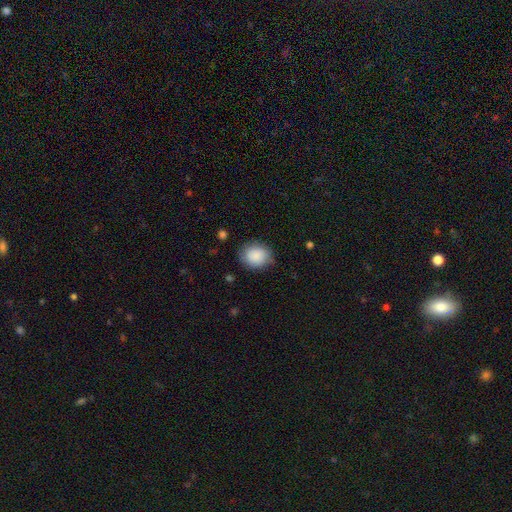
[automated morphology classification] Smooth or featured? smooth (88%)
How rounded? round (64%)
Merging? none (81%)